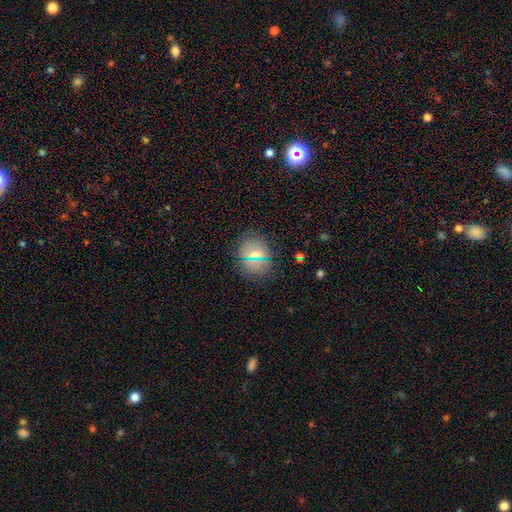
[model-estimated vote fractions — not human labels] smooth_or_featured: smooth (p=0.68) [alt: star or artifact p=0.20]
how_rounded: round (p=0.78) [alt: in between p=0.21]
merging: none (p=0.87) [alt: minor disturbance p=0.09]